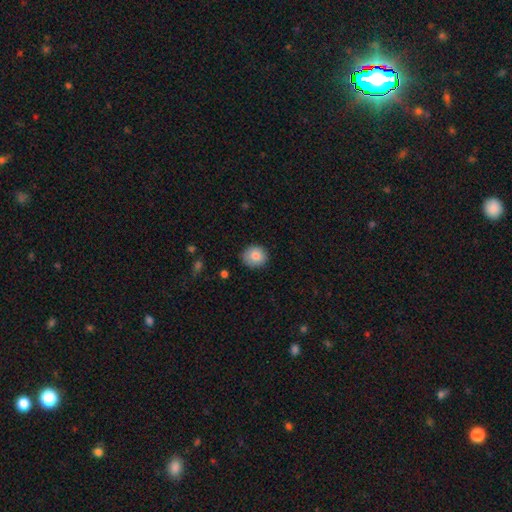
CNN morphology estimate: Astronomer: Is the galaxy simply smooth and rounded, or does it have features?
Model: smooth — 83%.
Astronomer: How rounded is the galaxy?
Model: round — 79%.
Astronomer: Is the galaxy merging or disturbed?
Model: none — 86%.